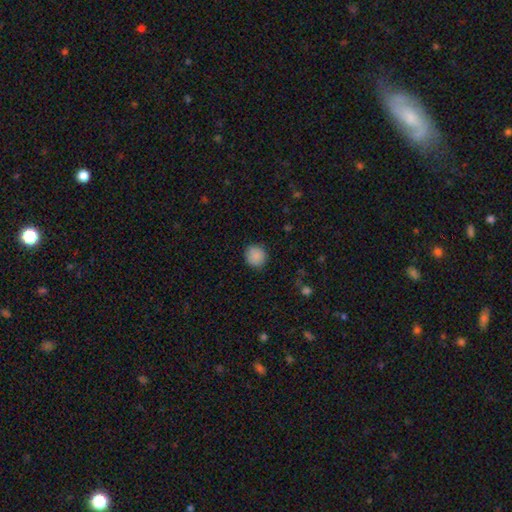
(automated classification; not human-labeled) smooth 88%, star or artifact 8%, featured or disk 3%. Down the decision tree: how rounded — round (89%); merging — none (87%).